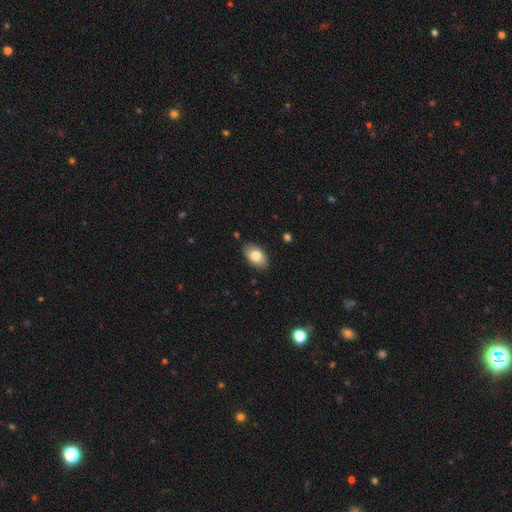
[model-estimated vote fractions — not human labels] This is clearly a smooth galaxy (81%). How rounded: clearly in between (91%). Merging: clearly none (86%).